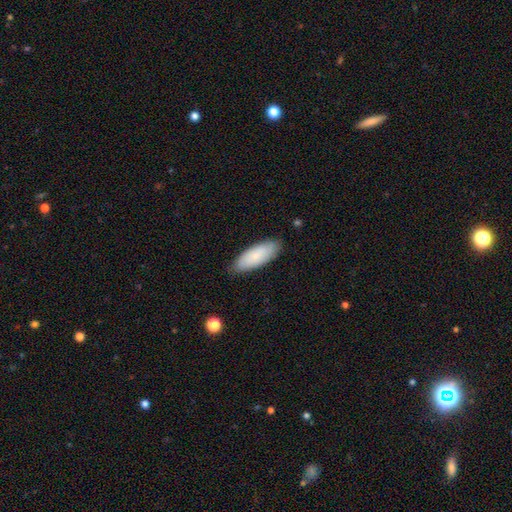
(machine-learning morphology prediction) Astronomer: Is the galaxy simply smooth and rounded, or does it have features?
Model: smooth — 78%.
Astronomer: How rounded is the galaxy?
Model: in between — 74%.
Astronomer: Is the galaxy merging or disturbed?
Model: none — 82%.